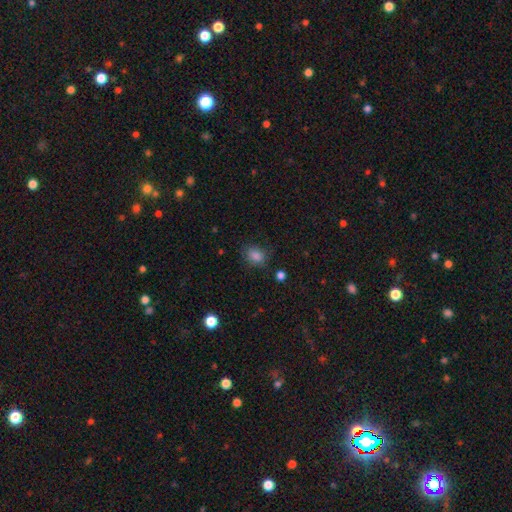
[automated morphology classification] smooth_or_featured: smooth (p=0.81) [alt: star or artifact p=0.12]
how_rounded: in between (p=0.54) [alt: round p=0.45]
merging: none (p=0.71) [alt: minor disturbance p=0.20]